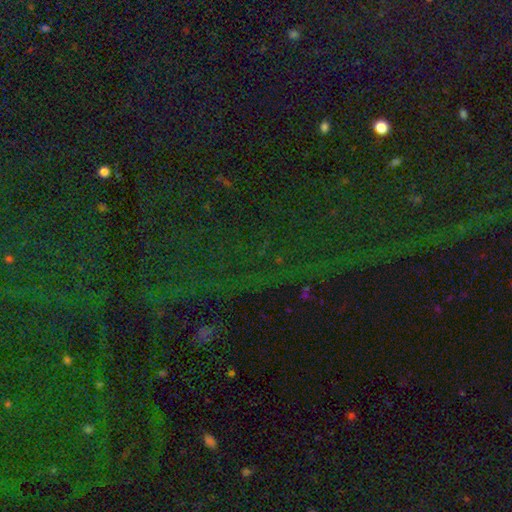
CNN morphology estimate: The model was most divided on "smooth or featured": star or artifact: 79%, smooth: 12%, featured or disk: 9%.